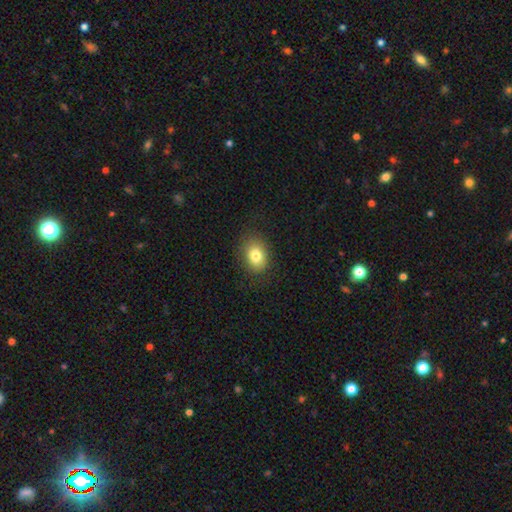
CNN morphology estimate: Smooth or featured? Predicted: smooth (p=0.80). How rounded? Predicted: in between (p=0.63). Merging? Predicted: none (p=0.85).